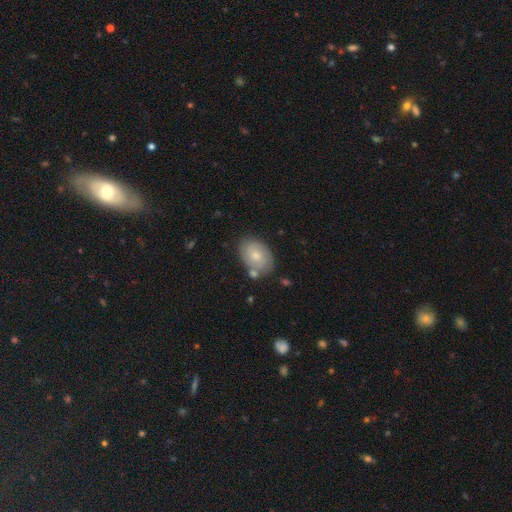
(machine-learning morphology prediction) Overall: smooth (51%; featured or disk 42%). How rounded: in between (80%). Merging: none (70%).